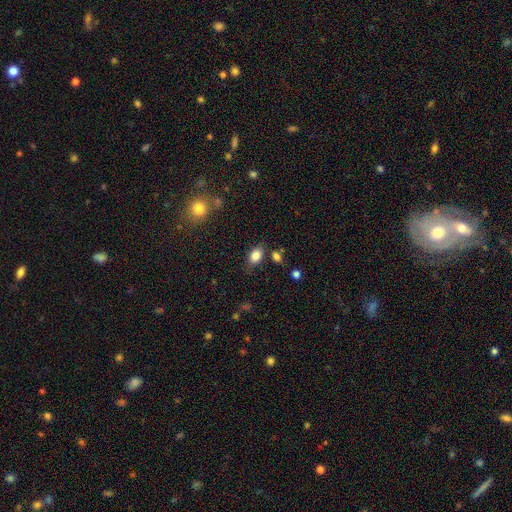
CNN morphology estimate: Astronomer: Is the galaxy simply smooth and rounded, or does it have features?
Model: smooth — 83%.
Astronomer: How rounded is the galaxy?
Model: in between — 84%.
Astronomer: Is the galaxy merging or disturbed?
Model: none — 75%.